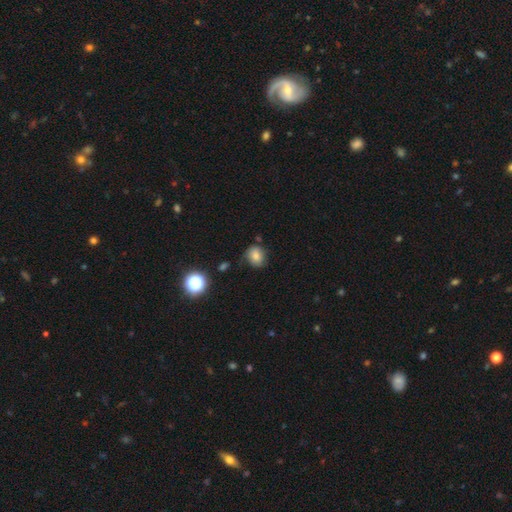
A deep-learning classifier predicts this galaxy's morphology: Smooth or featured? smooth (75%)
How rounded? round (62%)
Merging? none (65%)